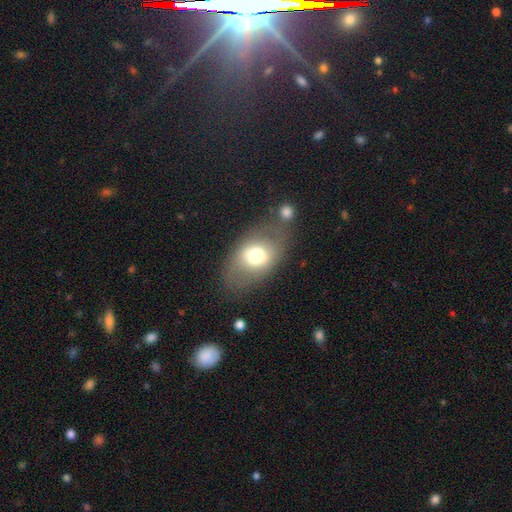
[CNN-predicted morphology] Smooth or featured: smooth — 63% (featured or disk — 28%)
How rounded: in between — 85% (round — 13%)
Merging: none — 64% (minor disturbance — 17%)